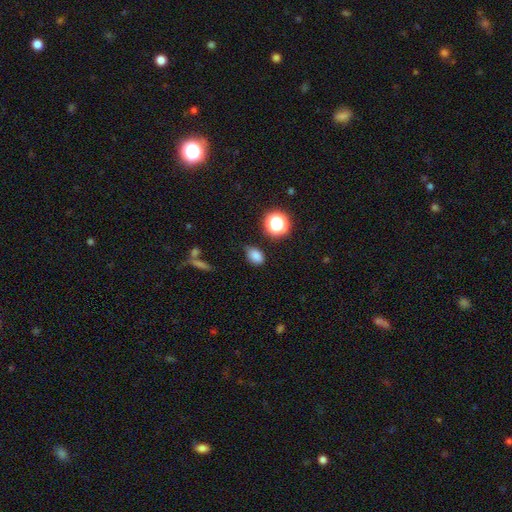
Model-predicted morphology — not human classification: Smooth or featured: smooth — 80% (star or artifact — 15%)
How rounded: in between — 76% (round — 23%)
Merging: none — 74% (minor disturbance — 19%)